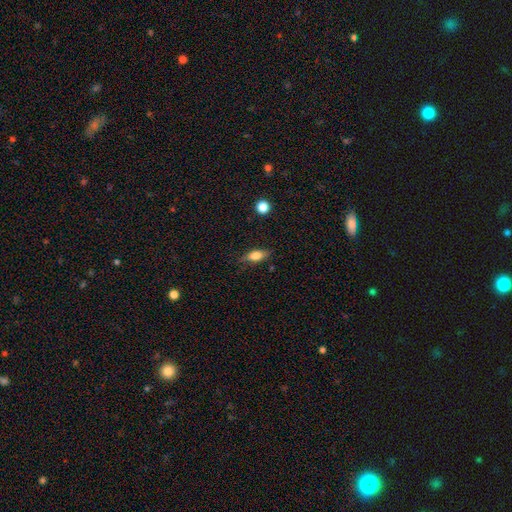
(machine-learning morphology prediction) Smooth or featured? Predicted: smooth (p=0.75). How rounded? Predicted: in between (p=0.77). Merging? Predicted: none (p=0.80).